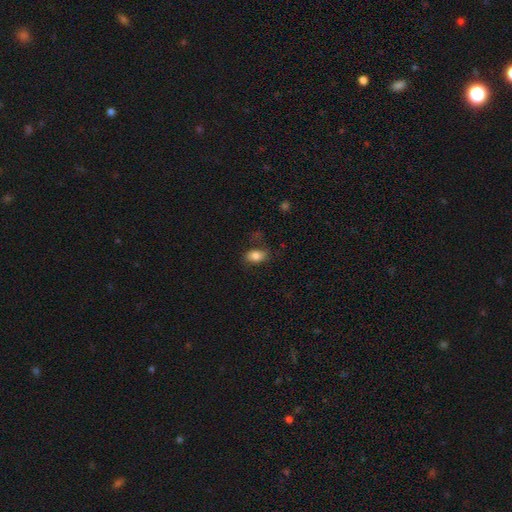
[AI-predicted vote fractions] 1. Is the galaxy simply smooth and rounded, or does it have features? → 81% smooth, 10% featured or disk, 9% star or artifact.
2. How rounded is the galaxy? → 86% in between, 12% round, 2% cigar-shaped.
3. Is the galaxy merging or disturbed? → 73% none, 18% minor disturbance, 6% major disturbance, 3% merger.